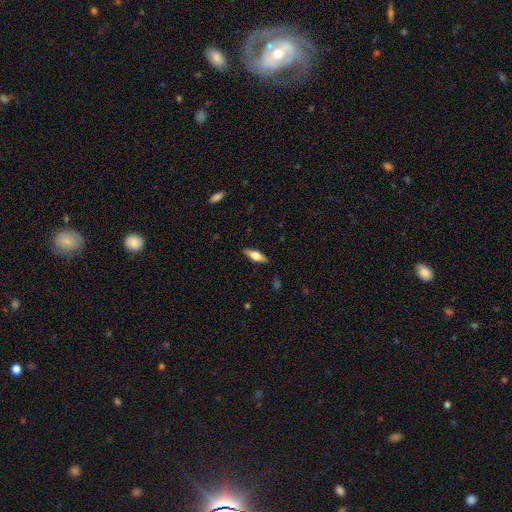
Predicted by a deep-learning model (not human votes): A smooth galaxy with no disk features (57%) that is in between round and cigar-shaped (58%). Merging: none (87%).